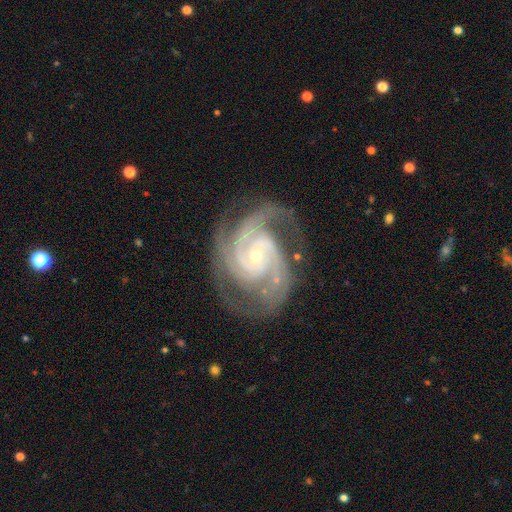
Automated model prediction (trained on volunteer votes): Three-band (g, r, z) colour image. It shows a featured or disk galaxy (93%) with no bar (65%), 3 (46%) tight (57%) spiral arms (99%) and a small central bulge (72%). Merging: none (70%).